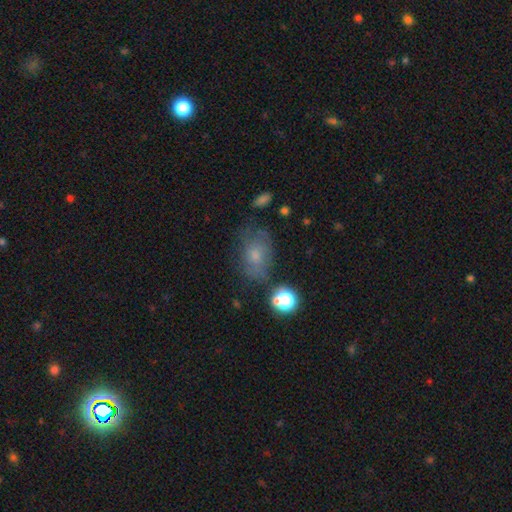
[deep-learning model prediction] smooth_or_featured: smooth (p=0.59) [alt: featured or disk p=0.26]
how_rounded: in between (p=0.74) [alt: round p=0.24]
merging: none (p=0.53) [alt: minor disturbance p=0.27]